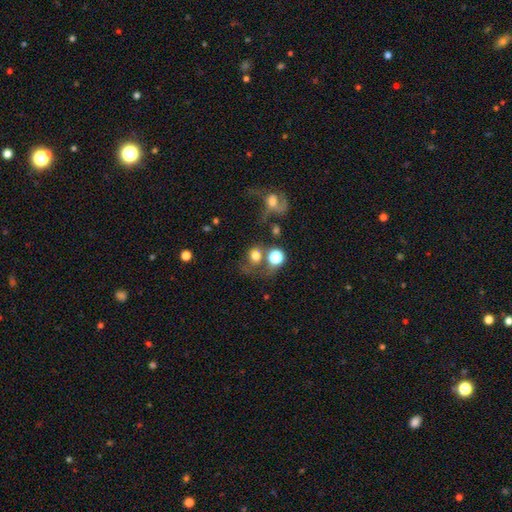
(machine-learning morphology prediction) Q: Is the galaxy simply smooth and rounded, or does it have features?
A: smooth — 66%.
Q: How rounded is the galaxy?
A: round — 75%.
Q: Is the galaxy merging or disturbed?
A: none — 41%.